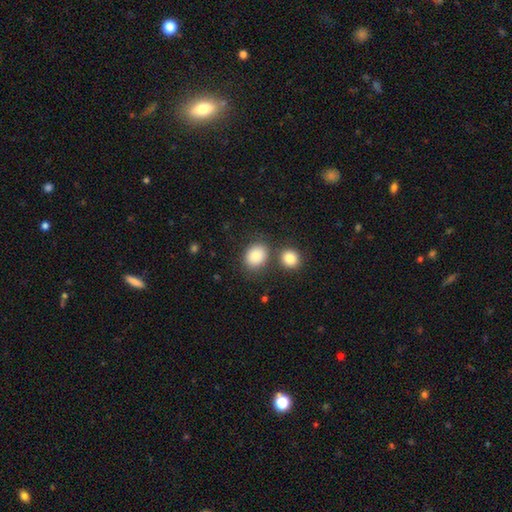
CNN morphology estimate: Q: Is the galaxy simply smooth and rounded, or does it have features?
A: smooth — 85%.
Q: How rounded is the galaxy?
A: round — 54%.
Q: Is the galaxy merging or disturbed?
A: none — 68%.